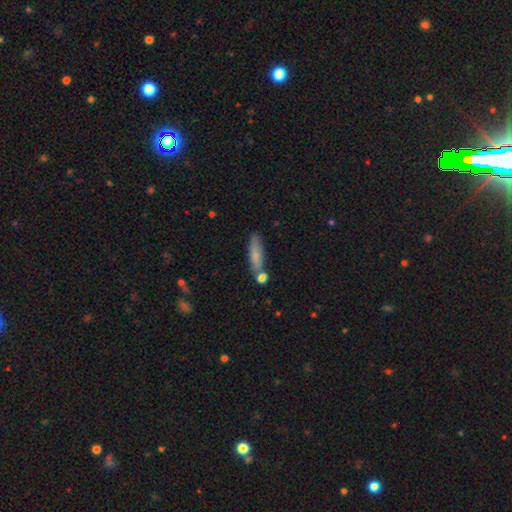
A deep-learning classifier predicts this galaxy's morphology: A smooth galaxy with no disk features (74%) that is cigar-shaped (75%).

Vote fractions:
- Smooth or featured? smooth: 74% / featured or disk: 19% / star or artifact: 7%
- How rounded? cigar-shaped: 75% / in between: 23% / round: 2%
- Merging? none: 70% / minor disturbance: 15% / merger: 12% / major disturbance: 4%